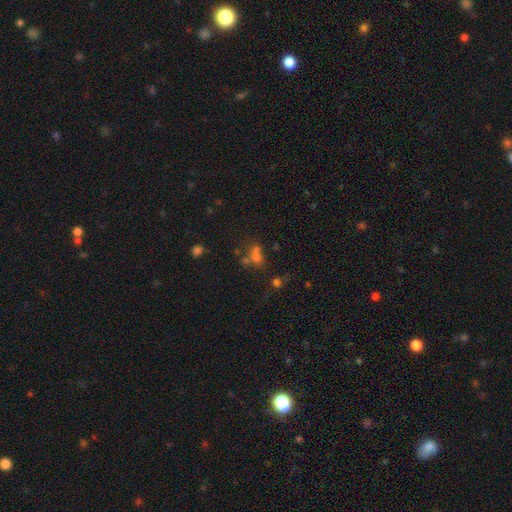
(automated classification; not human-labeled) Morphology: type=smooth (52%); roundness=round (56%); merging=merger (42%).